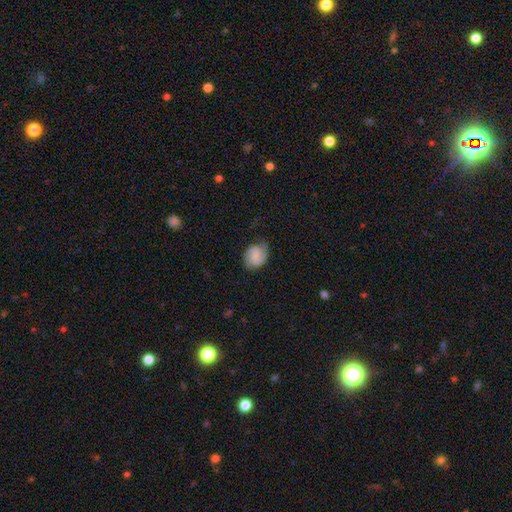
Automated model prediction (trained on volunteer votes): Smooth or featured?
  - featured or disk: 50% *
  - smooth: 42%
  - star or artifact: 8%
Edge-on disk?
  - no: 98% *
  - yes: 2%
Merging?
  - none: 70% *
  - minor disturbance: 21%
  - major disturbance: 7%
  - merger: 1%